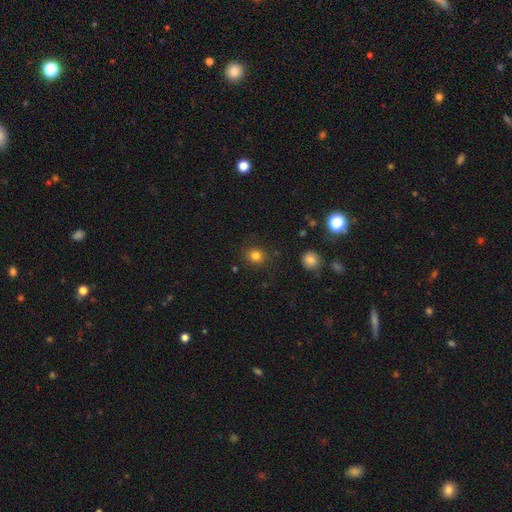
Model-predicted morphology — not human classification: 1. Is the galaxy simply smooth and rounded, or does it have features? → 81% smooth, 13% star or artifact, 6% featured or disk.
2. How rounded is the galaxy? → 87% round, 12% in between, 1% cigar-shaped.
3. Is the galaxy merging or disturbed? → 86% none, 9% minor disturbance, 3% major disturbance, 2% merger.